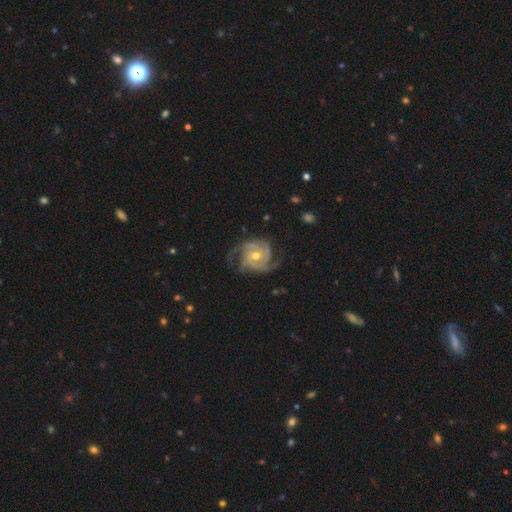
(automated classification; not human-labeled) Smooth or featured?
  - featured or disk: 91% *
  - star or artifact: 5%
  - smooth: 4%
Edge-on disk?
  - no: 98% *
  - yes: 2%
Bar?
  - no: 61% *
  - weak: 29%
  - strong: 10%
Spiral arms?
  - yes: 98% *
  - no: 2%
Spiral winding?
  - tight: 57% *
  - medium: 36%
  - loose: 7%
Spiral arm count?
  - 3: 47% *
  - 2: 16%
  - 4: 15%
  - can't tell: 11%
  - more than 4: 5%
  - 1: 5%
Bulge size?
  - moderate: 60% *
  - small: 37%
  - large: 2%
  - none: 1%
  - dominant: 1%
Merging?
  - none: 72% *
  - minor disturbance: 17%
  - major disturbance: 9%
  - merger: 1%